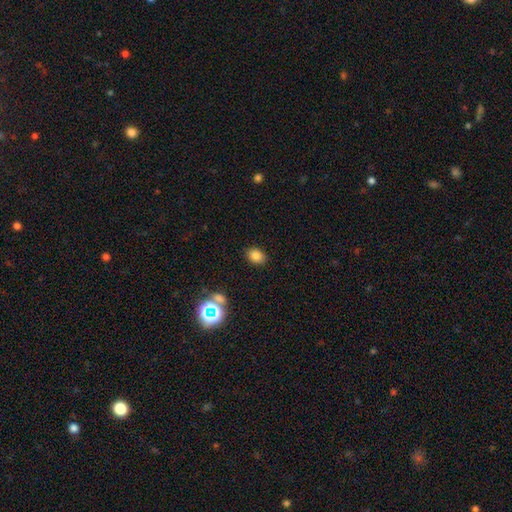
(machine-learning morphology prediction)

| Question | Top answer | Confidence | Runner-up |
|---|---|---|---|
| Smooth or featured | smooth | 81% | star or artifact (14%) |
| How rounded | in between | 65% | round (34%) |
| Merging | none | 86% | minor disturbance (9%) |